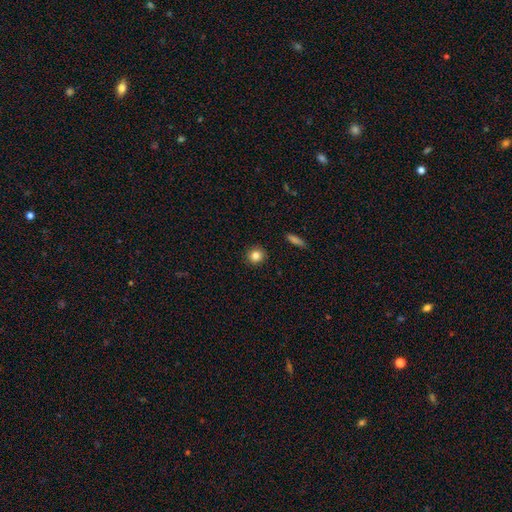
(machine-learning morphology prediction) smooth-or-featured: smooth: 83% | star or artifact: 11% | featured or disk: 6%
  how-rounded: round: 91% | in between: 8% | cigar-shaped: 1%
  merging: none: 91% | minor disturbance: 6% | major disturbance: 2% | merger: 1%